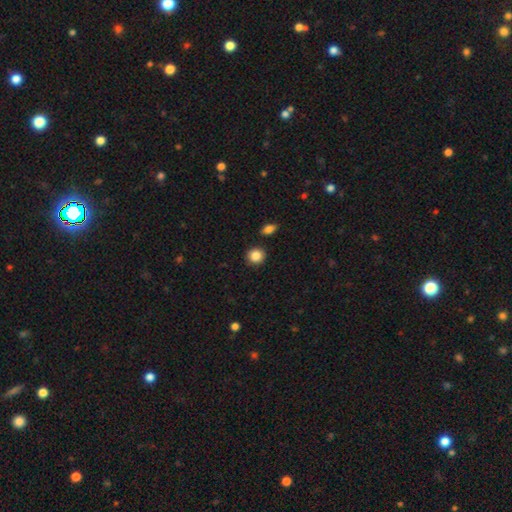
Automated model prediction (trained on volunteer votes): A smooth galaxy with no disk features (86%) that is round (87%). Merging: none (89%).